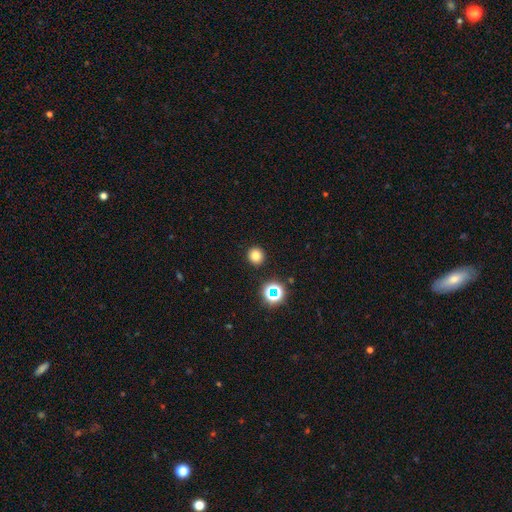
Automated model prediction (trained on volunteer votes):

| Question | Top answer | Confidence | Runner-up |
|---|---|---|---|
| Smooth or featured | smooth | 78% | star or artifact (17%) |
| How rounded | round | 93% | in between (6%) |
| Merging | none | 92% | minor disturbance (5%) |